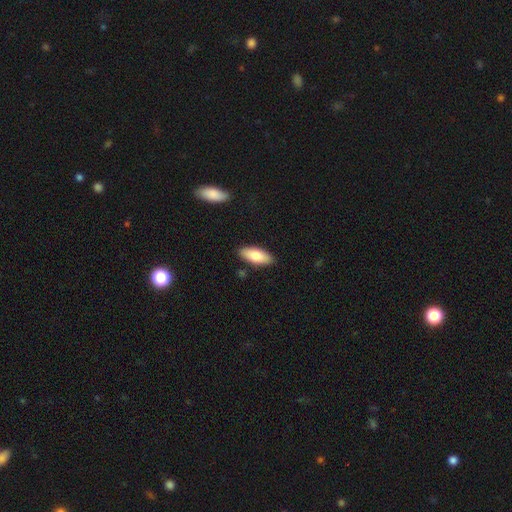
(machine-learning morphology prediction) This is likely a smooth galaxy (79%). How rounded: clearly in between (81%). Merging: clearly none (87%).